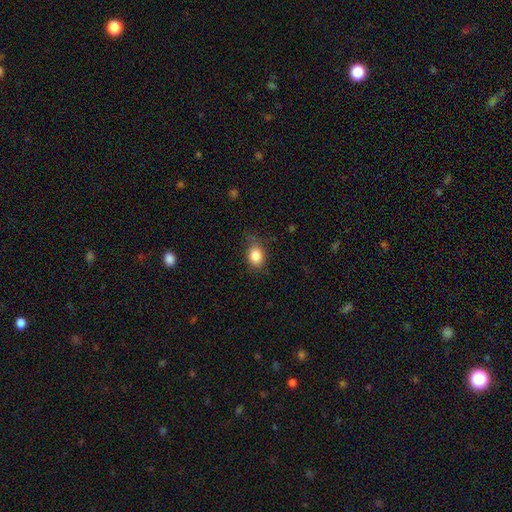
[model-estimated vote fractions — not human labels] A smooth galaxy with no disk features (85%) that is in between round and cigar-shaped (58%).

Vote fractions:
- Smooth or featured? smooth: 85% / star or artifact: 9% / featured or disk: 6%
- How rounded? in between: 58% / round: 41% / cigar-shaped: 1%
- Merging? none: 64% / minor disturbance: 26% / major disturbance: 8% / merger: 1%